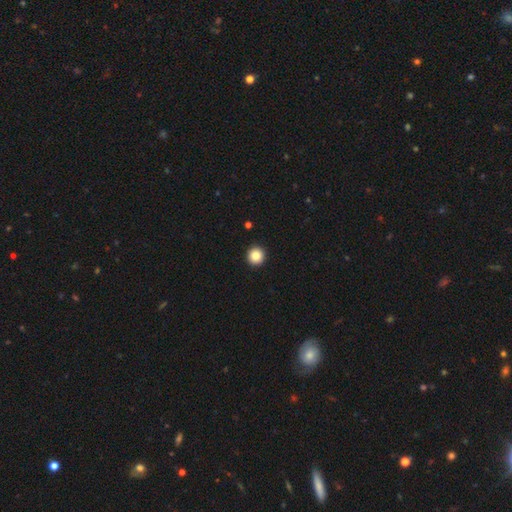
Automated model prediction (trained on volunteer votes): smooth-or-featured: smooth: 85% | star or artifact: 10% | featured or disk: 6%
  how-rounded: round: 96% | in between: 3% | cigar-shaped: 1%
  merging: none: 94% | minor disturbance: 4% | major disturbance: 1% | merger: 1%